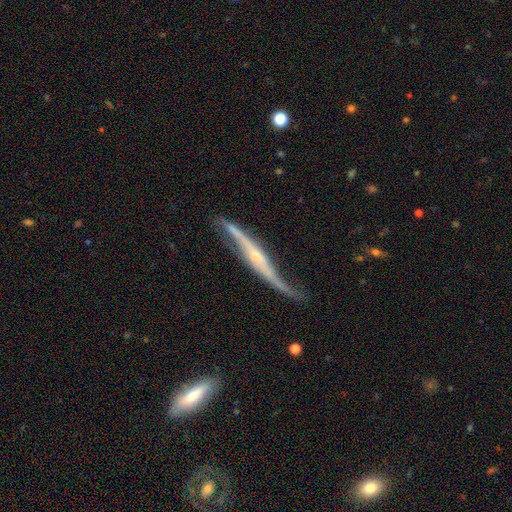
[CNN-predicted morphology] smooth_or_featured: featured or disk (p=0.85) [alt: smooth p=0.10]
disk_edge_on: yes (p=0.57) [alt: no p=0.43]
merging: none (p=0.51) [alt: minor disturbance p=0.27]